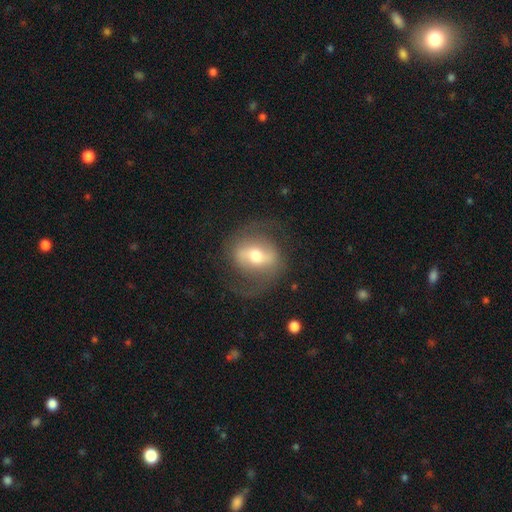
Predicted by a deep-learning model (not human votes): Smooth or featured? Predicted: featured or disk (p=0.67). Edge-on disk? Predicted: no (p=0.92). Bar? Predicted: strong (p=0.46). Spiral arms? Predicted: yes (p=0.72). Bulge size? Predicted: moderate (p=0.66). Merging? Predicted: none (p=0.69).